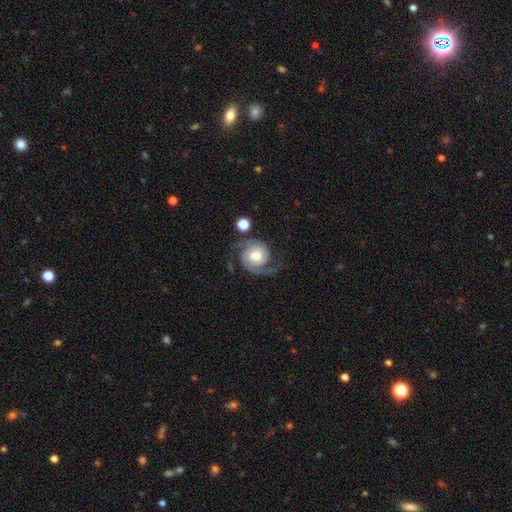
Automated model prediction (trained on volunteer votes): A featured or disk galaxy (89%) with no bar (66%), 2 (91%) medium (47%) spiral arms (98%) and a moderate central bulge (67%). Merging: none (74%).